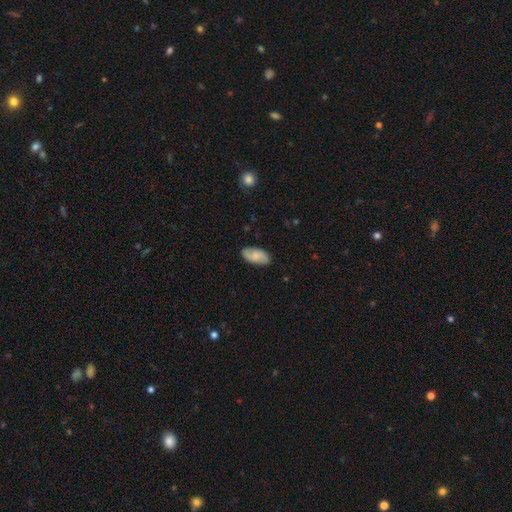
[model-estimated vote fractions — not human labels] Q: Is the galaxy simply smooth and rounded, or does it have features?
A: smooth — 59%.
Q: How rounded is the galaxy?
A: in between — 93%.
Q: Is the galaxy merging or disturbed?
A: none — 84%.